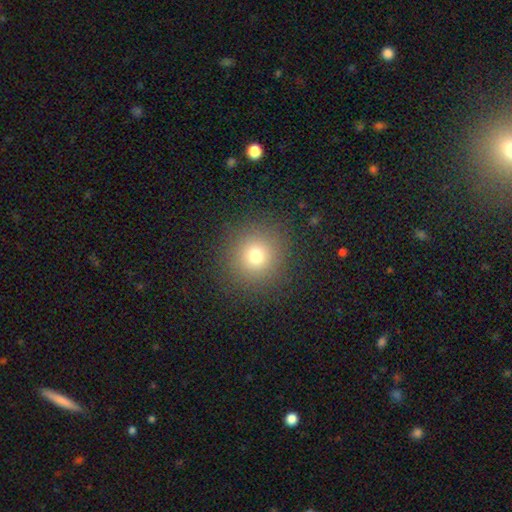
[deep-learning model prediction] The model was most divided on "smooth or featured": smooth: 74%, star or artifact: 17%, featured or disk: 9%. More confident: how rounded — round (93%); merging — none (90%).